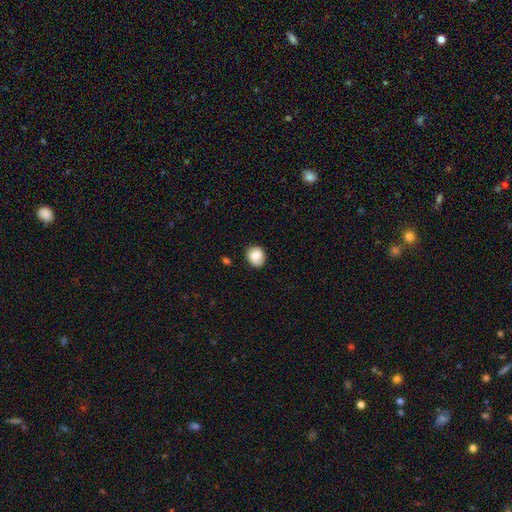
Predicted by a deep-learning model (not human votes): smooth_or_featured: smooth (p=0.85) [alt: star or artifact p=0.08]
how_rounded: round (p=0.65) [alt: in between p=0.34]
merging: none (p=0.76) [alt: minor disturbance p=0.18]